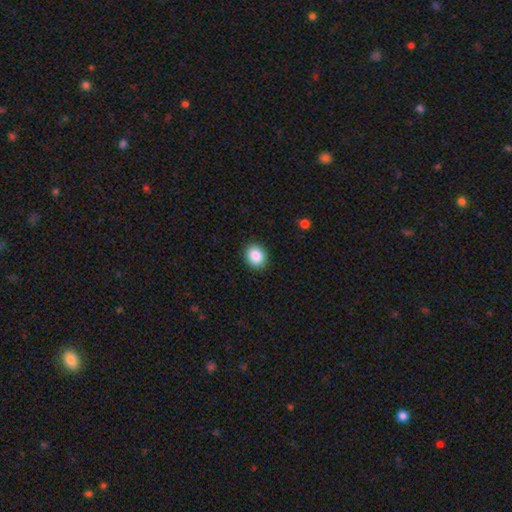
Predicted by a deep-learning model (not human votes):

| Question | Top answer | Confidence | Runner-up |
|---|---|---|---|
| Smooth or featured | smooth | 88% | star or artifact (8%) |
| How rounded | round | 59% | in between (40%) |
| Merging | none | 90% | minor disturbance (7%) |